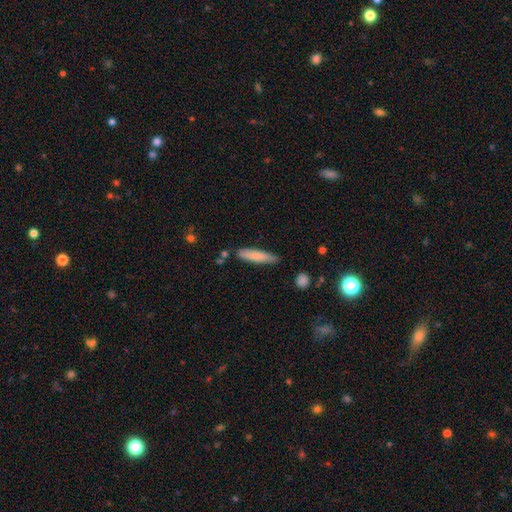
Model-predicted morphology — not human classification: type=smooth (79%); roundness=cigar-shaped (83%); merging=none (80%).